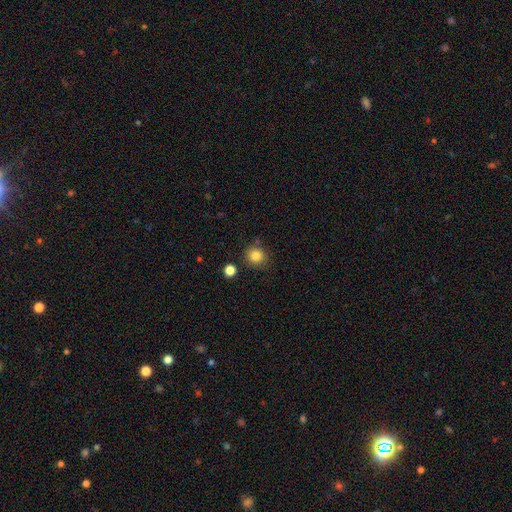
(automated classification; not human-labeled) This appears to be a smooth galaxy with no disk features (83%) that is round (90%). Merging: none (81%).